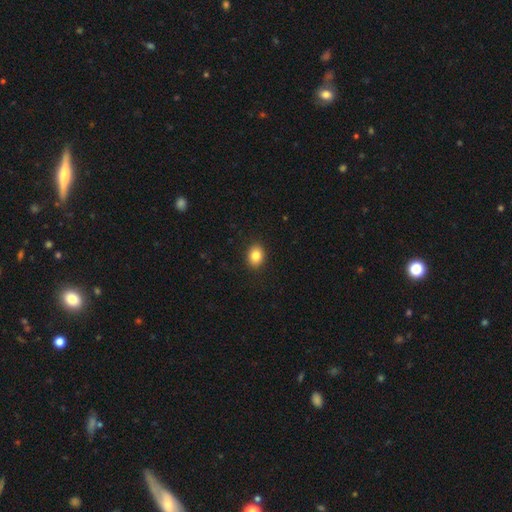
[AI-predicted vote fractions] Q: Smooth or featured?
A: smooth (84%); runner-up: star or artifact (9%)
Q: How rounded?
A: in between (58%); runner-up: round (42%)
Q: Merging?
A: none (90%); runner-up: minor disturbance (7%)